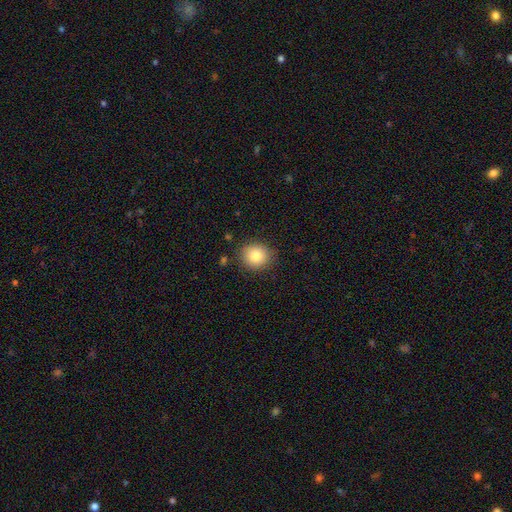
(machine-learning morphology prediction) type=smooth (82%); roundness=round (85%); merging=none (87%).